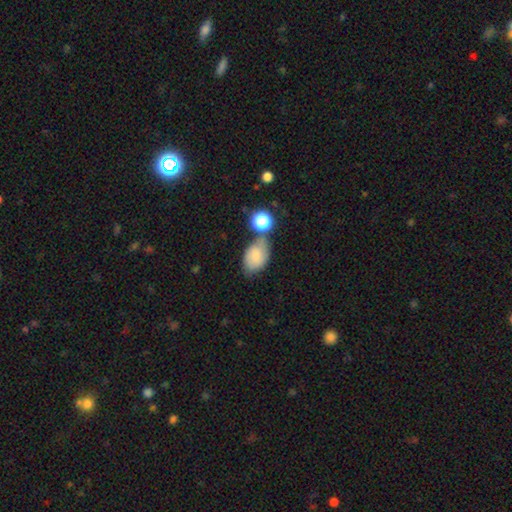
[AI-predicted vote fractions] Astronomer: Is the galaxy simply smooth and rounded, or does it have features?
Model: smooth — 75%.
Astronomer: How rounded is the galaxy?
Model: in between — 83%.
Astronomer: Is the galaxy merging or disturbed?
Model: none — 50%.